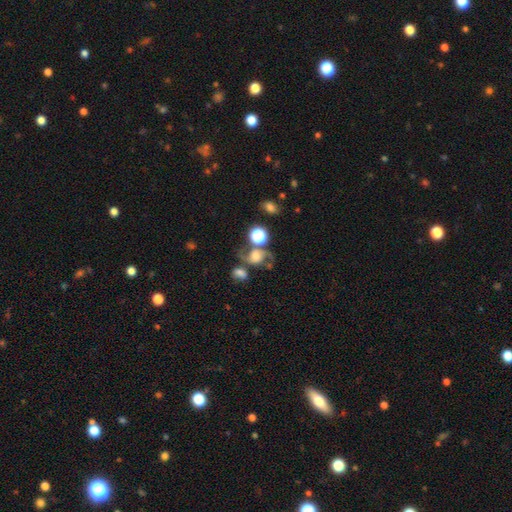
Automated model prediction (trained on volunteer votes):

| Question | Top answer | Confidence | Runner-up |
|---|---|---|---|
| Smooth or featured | featured or disk | 50% | smooth (34%) |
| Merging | none | 40% | merger (25%) |